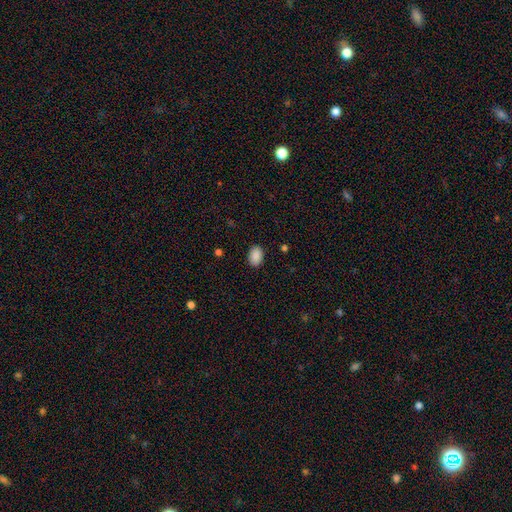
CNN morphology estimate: This is clearly a smooth galaxy (90%). How rounded: clearly in between (83%). Merging: clearly none (88%).